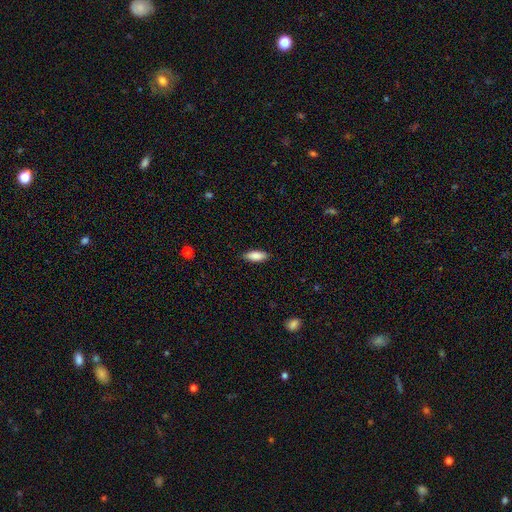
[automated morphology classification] A smooth galaxy with no disk features (85%) that is in between round and cigar-shaped (73%). Merging: none (88%).